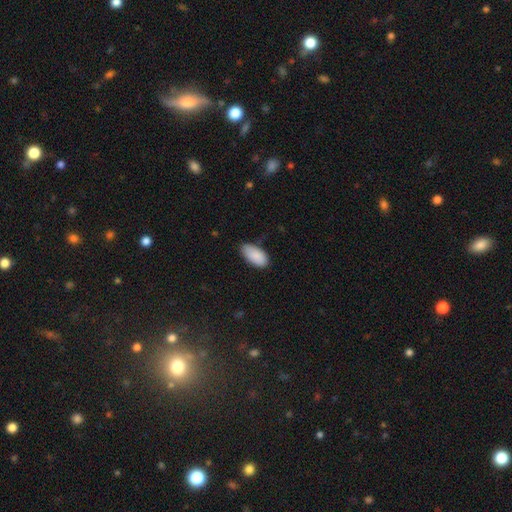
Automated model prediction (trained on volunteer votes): Smooth or featured? smooth (89%)
How rounded? in between (94%)
Merging? none (73%)